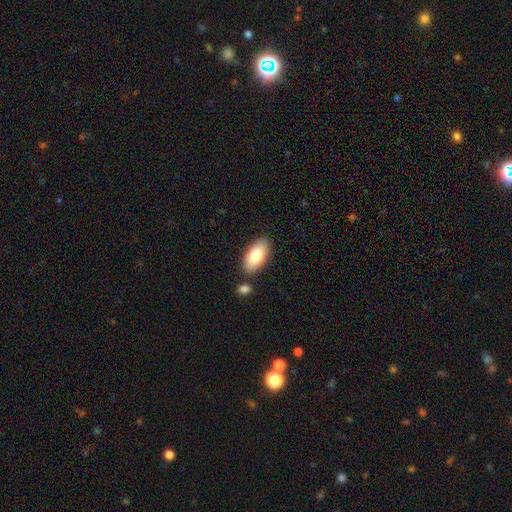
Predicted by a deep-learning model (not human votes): Smooth or featured? Predicted: smooth (p=0.83). How rounded? Predicted: in between (p=0.93). Merging? Predicted: none (p=0.80).